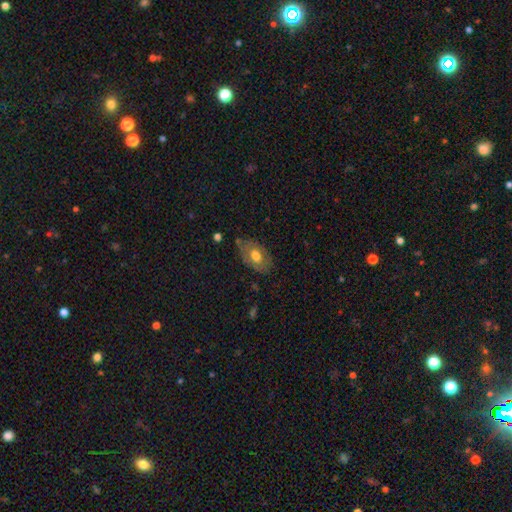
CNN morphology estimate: Q: Smooth or featured?
A: smooth (57%); runner-up: featured or disk (36%)
Q: How rounded?
A: in between (89%); runner-up: round (9%)
Q: Merging?
A: none (67%); runner-up: minor disturbance (24%)